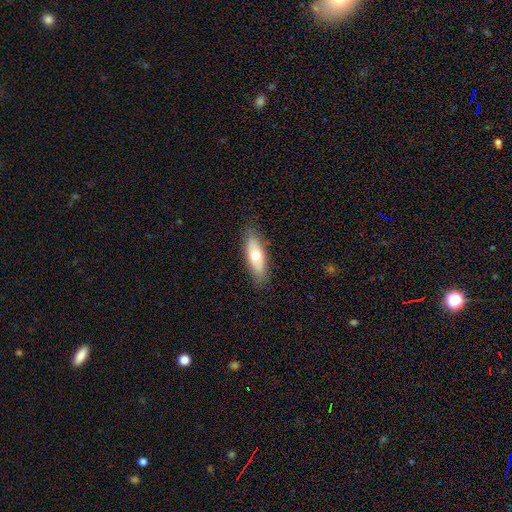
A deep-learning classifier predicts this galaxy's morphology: This appears to be a smooth galaxy with no disk features (64%) that is in between round and cigar-shaped (60%). Merging: none (85%).